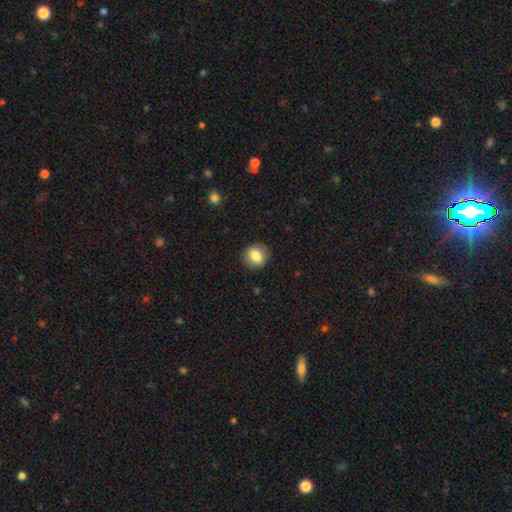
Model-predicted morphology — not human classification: Overall: smooth (80%). How rounded: round (72%). Merging: none (87%).